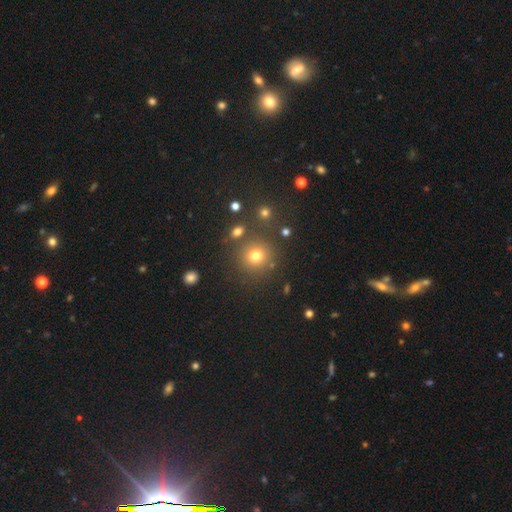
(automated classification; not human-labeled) Smooth or featured? smooth (76%)
How rounded? round (92%)
Merging? none (82%)